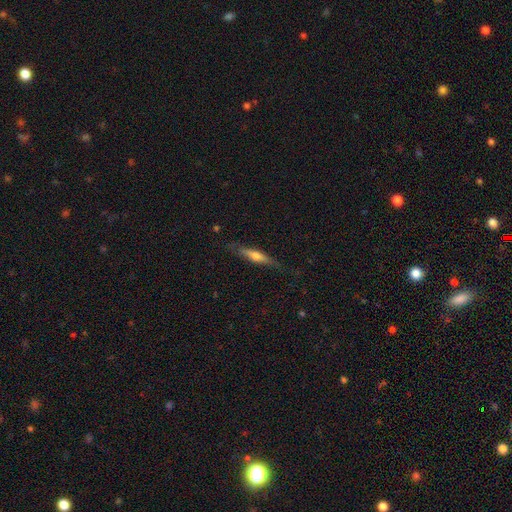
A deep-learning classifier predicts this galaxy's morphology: This is possibly a featured or disk galaxy (52%). It is clearly viewed edge-on (92%). Merging: likely none (78%).